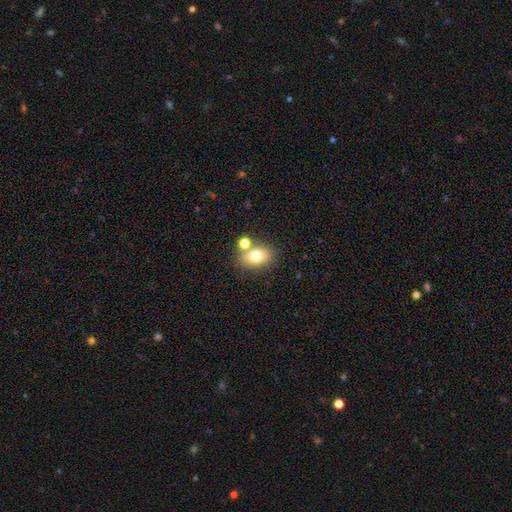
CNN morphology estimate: A smooth galaxy with no disk features (74%) that is in between round and cigar-shaped (75%). Merging: none (66%).